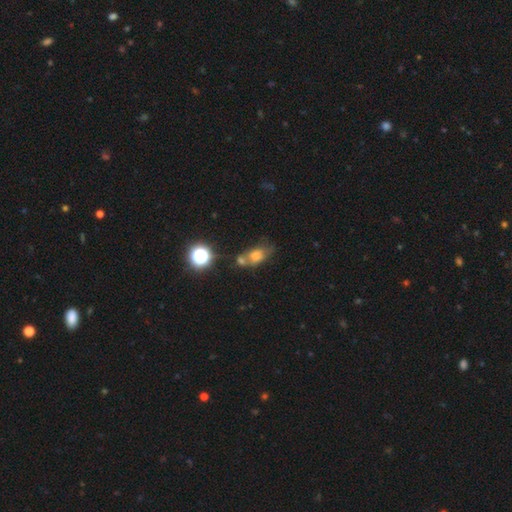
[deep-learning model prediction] A smooth galaxy with no disk features (65%) that is in between round and cigar-shaped (72%). Merging: merger (39%).